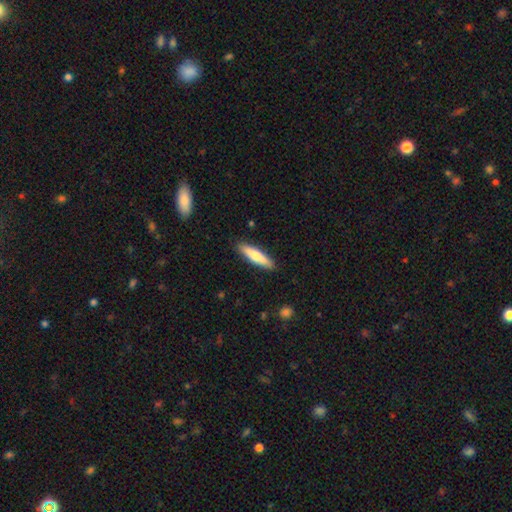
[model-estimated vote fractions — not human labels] A smooth galaxy with no disk features (72%) that is cigar-shaped (78%).

Vote fractions:
- Smooth or featured? smooth: 72% / featured or disk: 23% / star or artifact: 5%
- How rounded? cigar-shaped: 78% / in between: 21% / round: 1%
- Merging? none: 89% / minor disturbance: 8% / major disturbance: 2% / merger: 1%